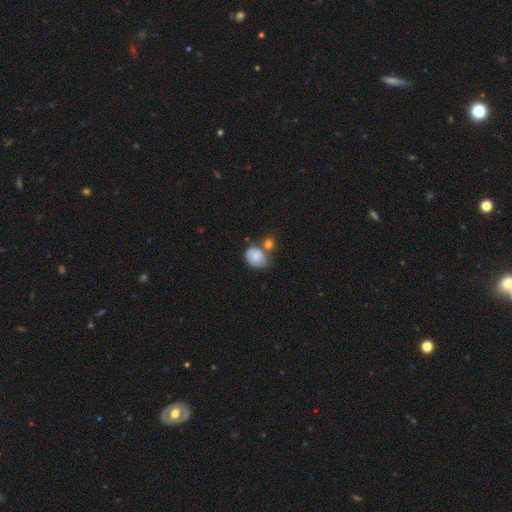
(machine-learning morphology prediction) smooth_or_featured: smooth (p=0.81) [alt: featured or disk p=0.12]
how_rounded: in between (p=0.50) [alt: round p=0.49]
merging: none (p=0.39) [alt: merger p=0.31]